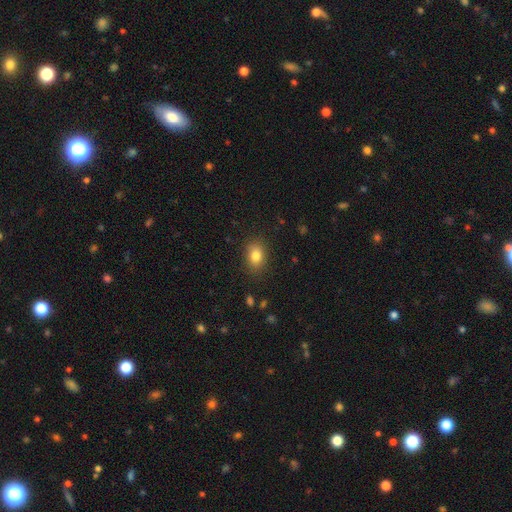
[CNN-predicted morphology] Overall: smooth (83%). How rounded: in between (69%; round 30%). Merging: none (85%).